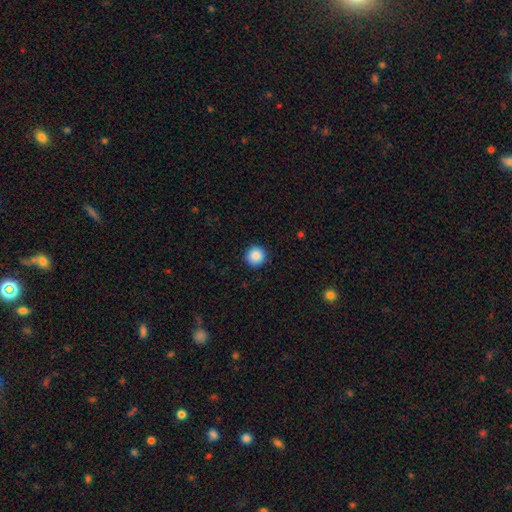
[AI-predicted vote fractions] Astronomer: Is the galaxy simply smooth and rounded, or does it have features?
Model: smooth — 88%.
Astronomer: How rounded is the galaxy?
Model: round — 95%.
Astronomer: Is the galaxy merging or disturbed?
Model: none — 92%.